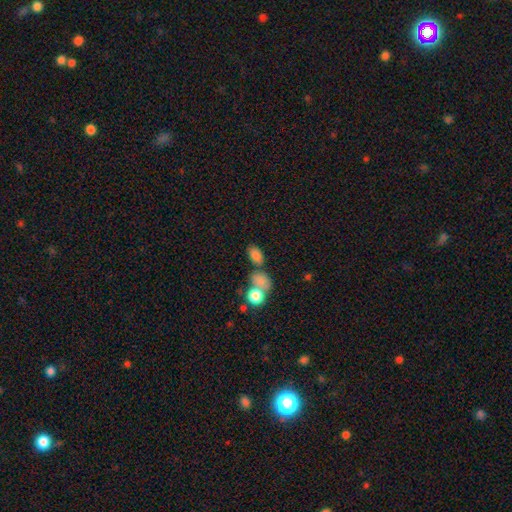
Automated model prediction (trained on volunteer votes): Overall: smooth (79%). How rounded: in between (84%). Merging: none (53%; merger 28%).